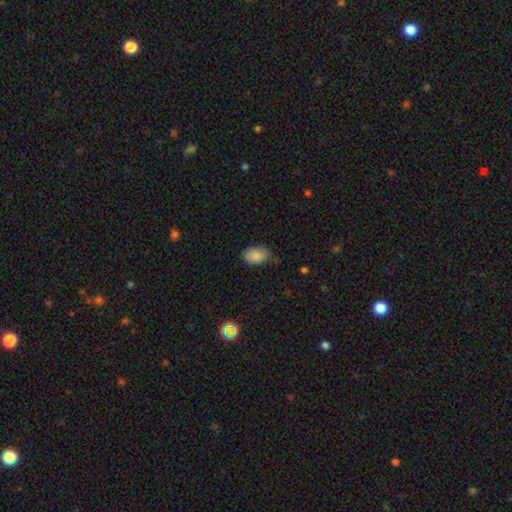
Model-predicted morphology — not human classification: The model was most divided on "merging": none: 68%, minor disturbance: 26%, major disturbance: 5%, merger: 2%. More confident: smooth or featured — smooth (87%); how rounded — in between (85%).